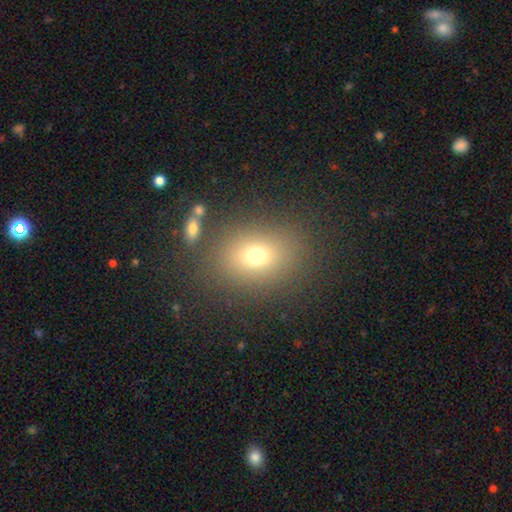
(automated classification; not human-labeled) Smooth or featured? smooth (71%)
How rounded? in between (55%)
Merging? none (81%)